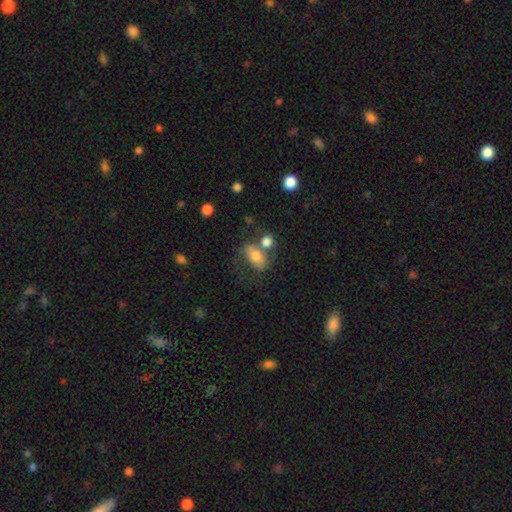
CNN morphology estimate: smooth-or-featured: smooth: 67% | featured or disk: 23% | star or artifact: 10%
  how-rounded: in between: 80% | round: 18% | cigar-shaped: 3%
  merging: none: 38% | merger: 33% | minor disturbance: 17% | major disturbance: 12%